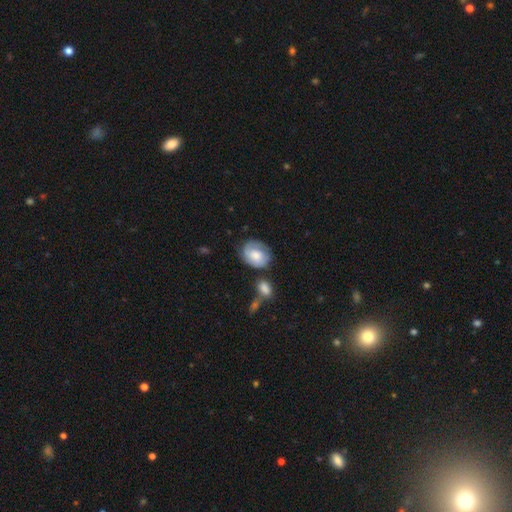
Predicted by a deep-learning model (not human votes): Smooth or featured?
  - smooth: 53% *
  - featured or disk: 40%
  - star or artifact: 7%
How rounded?
  - in between: 55% *
  - round: 44%
  - cigar-shaped: 1%
Merging?
  - none: 57% *
  - minor disturbance: 24%
  - major disturbance: 10%
  - merger: 8%